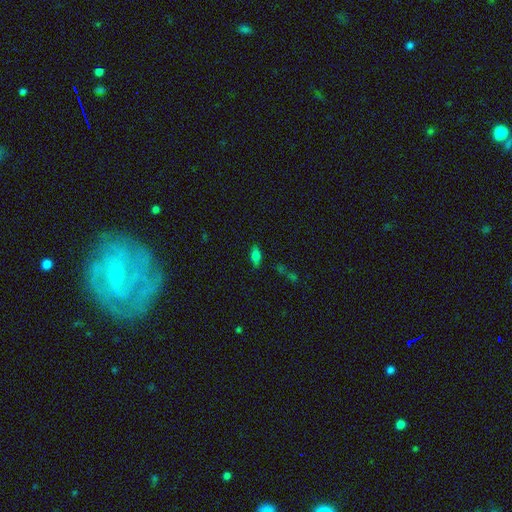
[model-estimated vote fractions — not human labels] Q: Smooth or featured?
A: smooth (73%); runner-up: featured or disk (14%)
Q: How rounded?
A: in between (84%); runner-up: cigar-shaped (11%)
Q: Merging?
A: none (76%); runner-up: minor disturbance (15%)